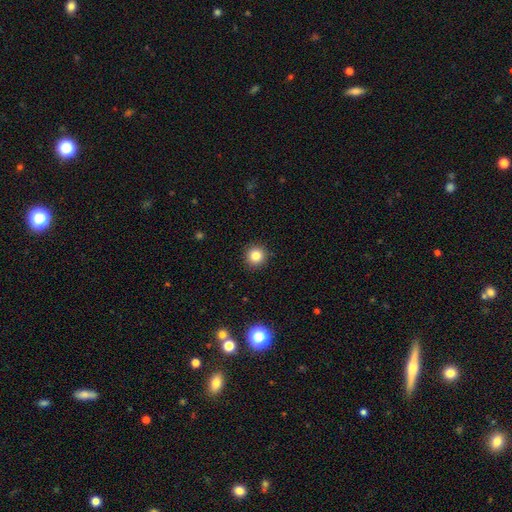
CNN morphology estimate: The model was most divided on "smooth or featured": smooth: 83%, star or artifact: 11%, featured or disk: 5%. More confident: how rounded — round (94%); merging — none (92%).